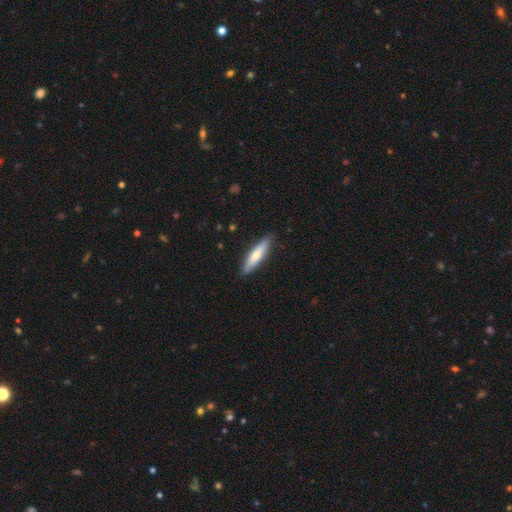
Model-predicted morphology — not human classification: Smooth or featured?
  - smooth: 61% *
  - featured or disk: 33%
  - star or artifact: 5%
How rounded?
  - cigar-shaped: 77% *
  - in between: 22%
  - round: 2%
Merging?
  - none: 88% *
  - minor disturbance: 9%
  - major disturbance: 2%
  - merger: 1%